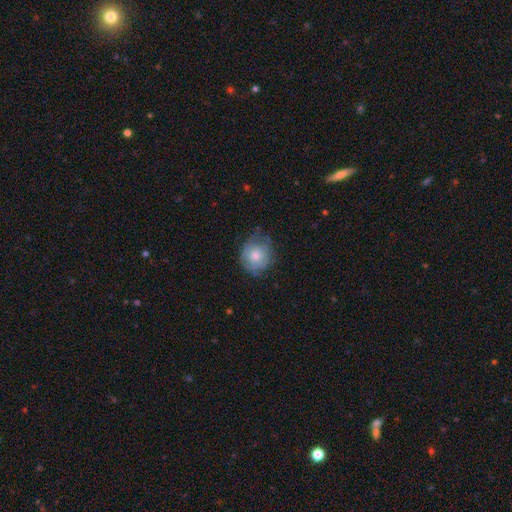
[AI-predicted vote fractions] A smooth galaxy with no disk features (66%) that is round (81%). Merging: none (61%).